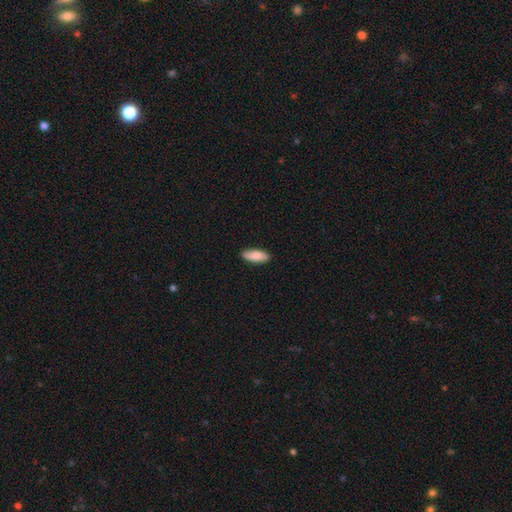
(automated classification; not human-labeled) smooth 82%, featured or disk 12%, star or artifact 6%. Down the decision tree: how rounded — in between (71%); merging — none (88%).